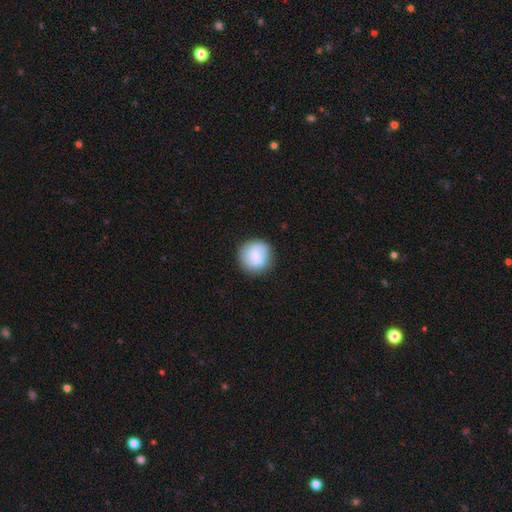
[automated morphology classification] This is likely a smooth galaxy (73%). How rounded: clearly round (92%). Merging: clearly none (80%).